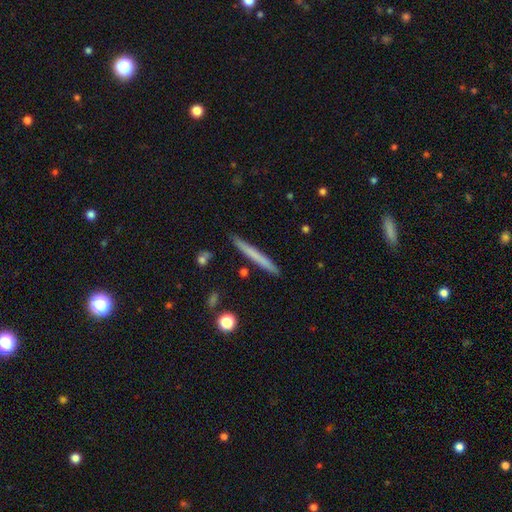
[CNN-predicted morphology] This appears to be a smooth galaxy with no disk features (64%) that is cigar-shaped (97%). Merging: none (90%).